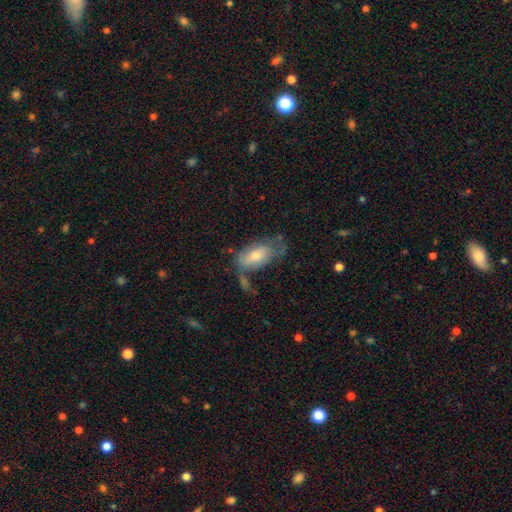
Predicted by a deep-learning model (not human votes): Smooth or featured: smooth — 64% (featured or disk — 29%)
How rounded: in between — 91% (cigar-shaped — 5%)
Merging: none — 36% (minor disturbance — 28%)